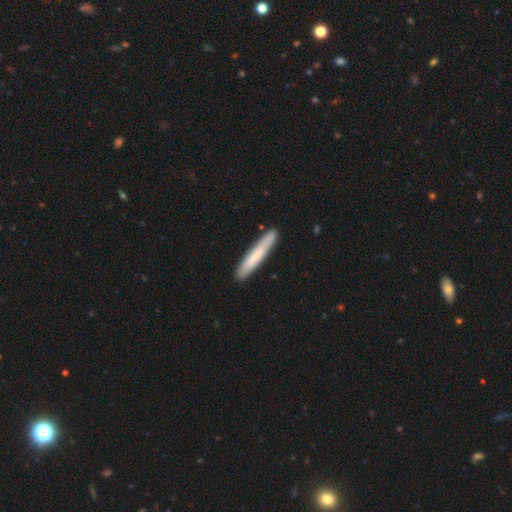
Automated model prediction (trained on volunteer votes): The model was most divided on "smooth or featured": smooth: 68%, featured or disk: 27%, star or artifact: 5%. More confident: how rounded — cigar-shaped (94%); merging — none (87%).